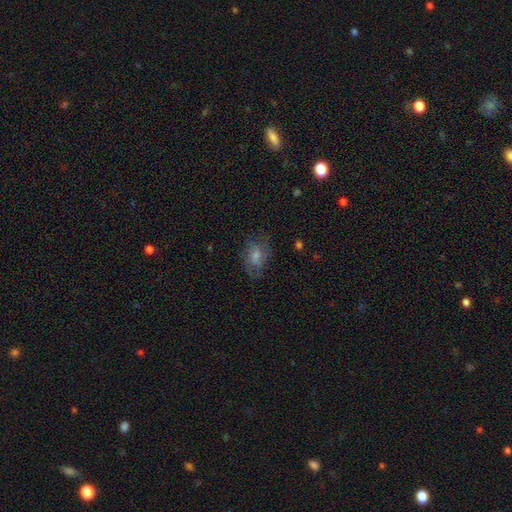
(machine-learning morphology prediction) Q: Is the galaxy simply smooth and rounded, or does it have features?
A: featured or disk — 53%.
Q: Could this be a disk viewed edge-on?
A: no — 95%.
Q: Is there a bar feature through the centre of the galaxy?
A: no — 53%.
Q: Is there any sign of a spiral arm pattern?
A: yes — 85%.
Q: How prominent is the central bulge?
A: moderate — 44%.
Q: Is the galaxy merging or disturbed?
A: none — 72%.